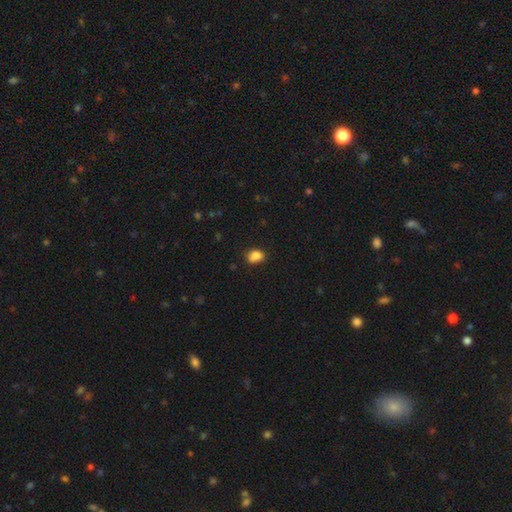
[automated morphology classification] Overall: smooth (84%). How rounded: in between (65%; round 34%). Merging: none (69%).